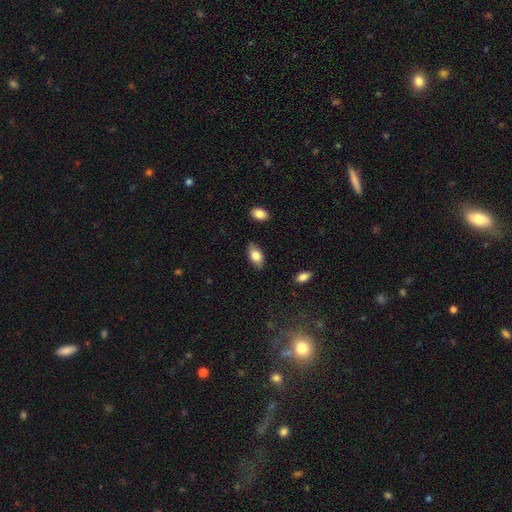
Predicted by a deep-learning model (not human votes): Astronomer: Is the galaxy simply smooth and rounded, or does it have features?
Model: smooth — 80%.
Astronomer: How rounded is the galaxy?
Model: in between — 92%.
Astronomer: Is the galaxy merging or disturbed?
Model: none — 83%.